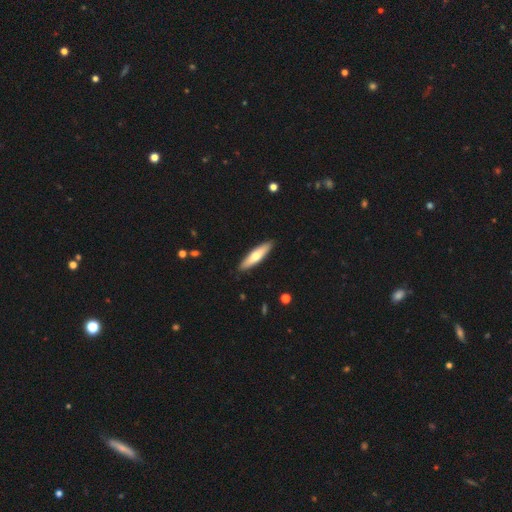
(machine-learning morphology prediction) type=smooth (61%); roundness=cigar-shaped (76%); merging=none (90%).